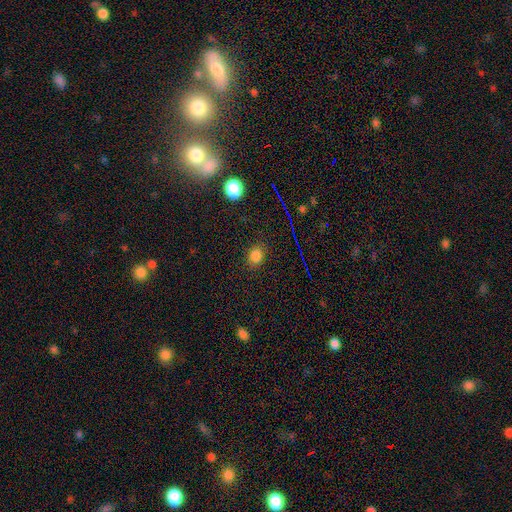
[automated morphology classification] Overall: smooth (78%). How rounded: round (53%; in between 46%). Merging: none (86%).